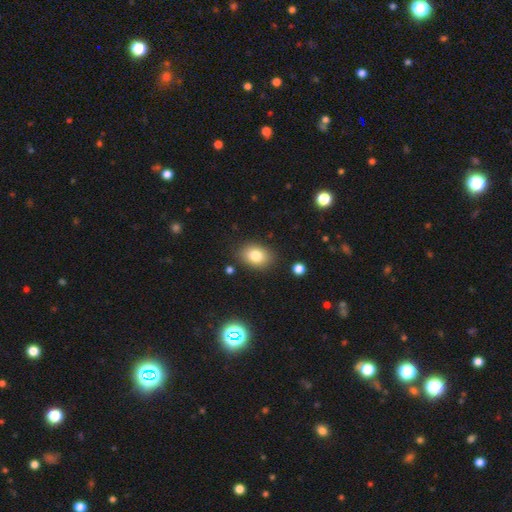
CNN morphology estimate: Q: Smooth or featured?
A: smooth (81%); runner-up: star or artifact (10%)
Q: How rounded?
A: in between (74%); runner-up: round (25%)
Q: Merging?
A: none (84%); runner-up: minor disturbance (11%)